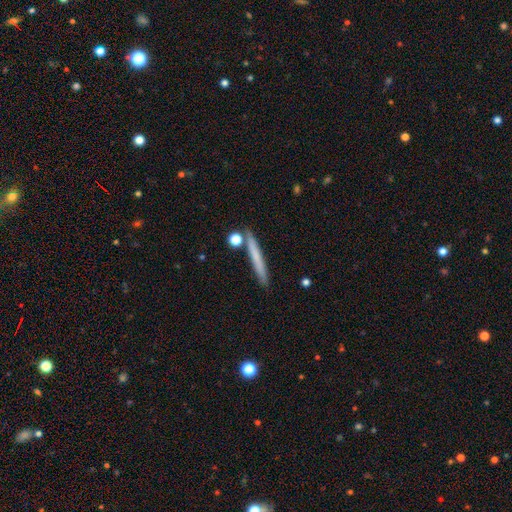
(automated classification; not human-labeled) Overall: smooth (63%; featured or disk 30%). How rounded: cigar-shaped (96%). Merging: none (84%).